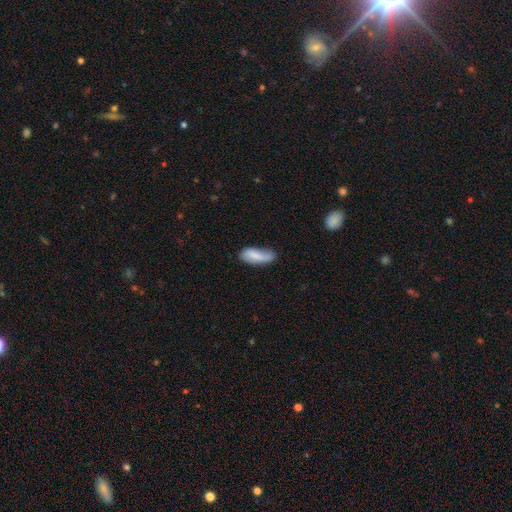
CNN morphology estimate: A smooth galaxy with no disk features (71%) that is in between round and cigar-shaped (77%).

Vote fractions:
- Smooth or featured? smooth: 71% / featured or disk: 22% / star or artifact: 7%
- How rounded? in between: 77% / cigar-shaped: 21% / round: 2%
- Merging? none: 57% / minor disturbance: 31% / major disturbance: 9% / merger: 3%